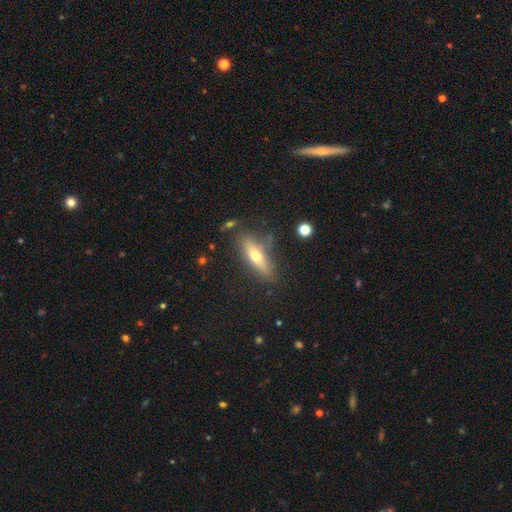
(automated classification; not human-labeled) Smooth or featured?
  - smooth: 51% *
  - featured or disk: 41%
  - star or artifact: 8%
How rounded?
  - cigar-shaped: 58% *
  - in between: 39%
  - round: 3%
Merging?
  - none: 74% *
  - minor disturbance: 16%
  - major disturbance: 5%
  - merger: 4%